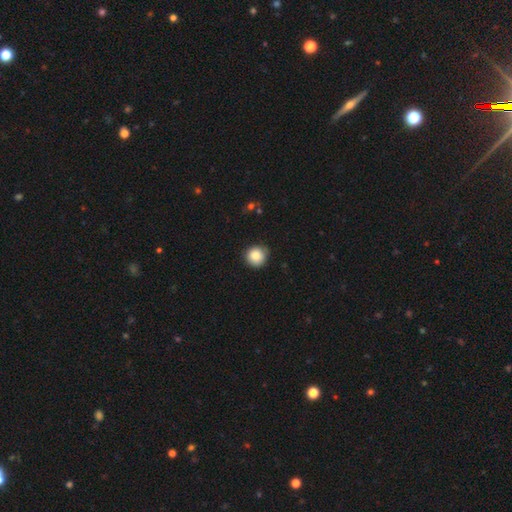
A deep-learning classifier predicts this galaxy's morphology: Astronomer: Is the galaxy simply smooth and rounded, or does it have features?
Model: smooth — 86%.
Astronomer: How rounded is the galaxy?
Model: round — 93%.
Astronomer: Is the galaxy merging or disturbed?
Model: none — 84%.